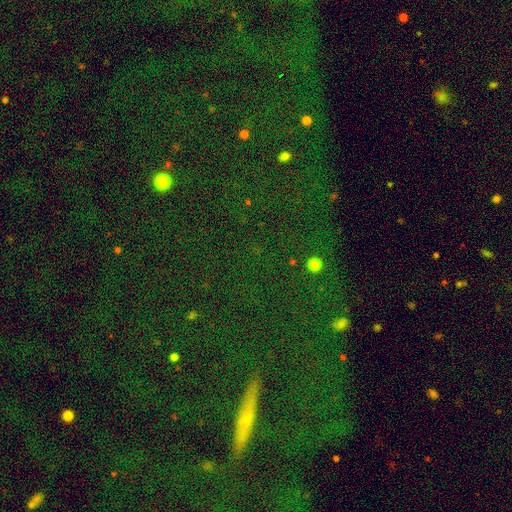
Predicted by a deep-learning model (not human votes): smooth_or_featured: star or artifact (p=0.68) [alt: smooth p=0.16]